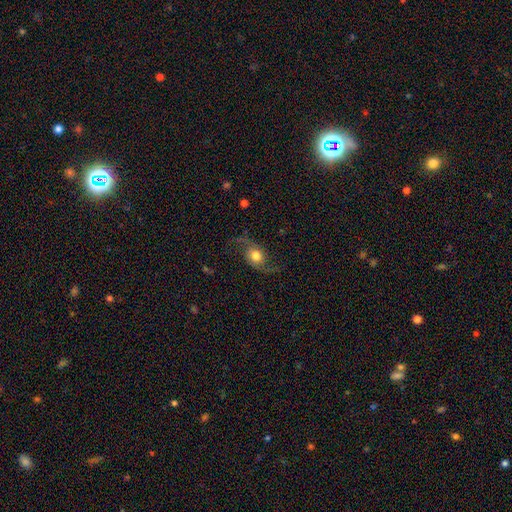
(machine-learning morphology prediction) Smooth or featured? featured or disk (70%)
Edge-on disk? no (94%)
Bar? no (74%)
Spiral arms? yes (93%)
Spiral winding? loose (83%)
Spiral arm count? 2 (93%)
Bulge size? moderate (57%)
Merging? none (69%)